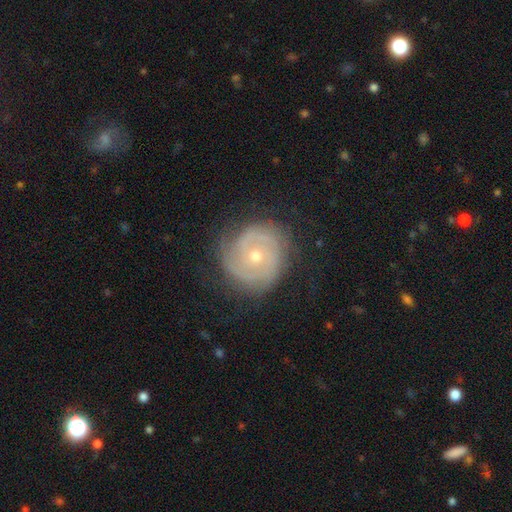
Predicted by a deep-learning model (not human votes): smooth_or_featured: featured or disk (p=0.83) [alt: smooth p=0.11]
disk_edge_on: no (p=0.98) [alt: yes p=0.02]
bar: no (p=0.77) [alt: weak p=0.19]
has_spiral_arms: yes (p=0.94) [alt: no p=0.06]
spiral_winding: tight (p=0.73) [alt: medium p=0.22]
spiral_arm_count: 2 (p=0.42) [alt: can't tell p=0.24]
bulge_size: small (p=0.51) [alt: moderate p=0.46]
merging: none (p=0.79) [alt: minor disturbance p=0.15]